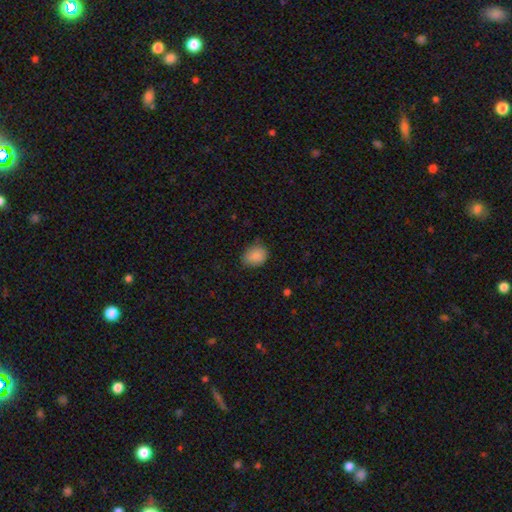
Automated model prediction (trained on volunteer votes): Smooth or featured?
  - smooth: 87% *
  - star or artifact: 8%
  - featured or disk: 5%
How rounded?
  - in between: 57% *
  - round: 42%
  - cigar-shaped: 1%
Merging?
  - none: 69% *
  - minor disturbance: 26%
  - major disturbance: 4%
  - merger: 1%